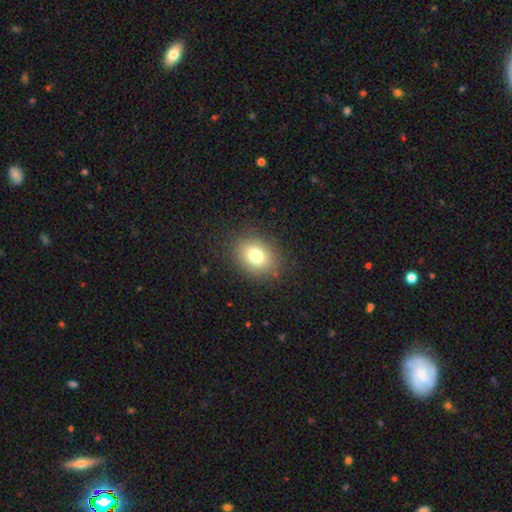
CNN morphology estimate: This is likely a smooth galaxy (77%). How rounded: likely in between (62%). Merging: clearly none (86%).